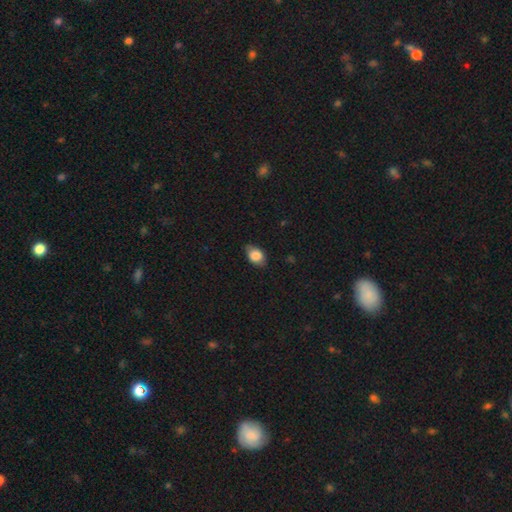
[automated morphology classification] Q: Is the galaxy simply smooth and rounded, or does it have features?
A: smooth — 83%.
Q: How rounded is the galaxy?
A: in between — 83%.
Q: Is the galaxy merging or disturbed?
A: none — 74%.